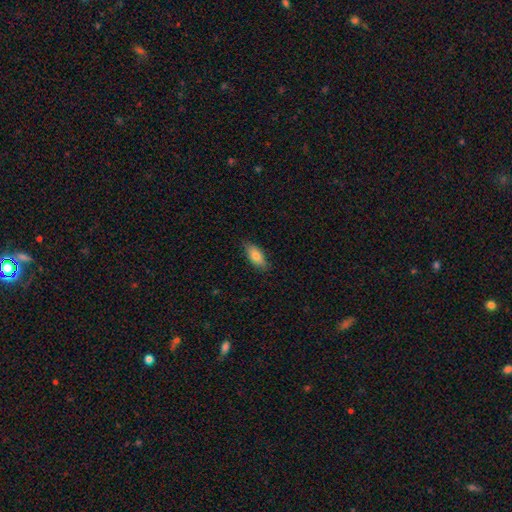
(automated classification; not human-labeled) This is likely a smooth galaxy (79%). How rounded: likely in between (79%). Merging: clearly none (84%).